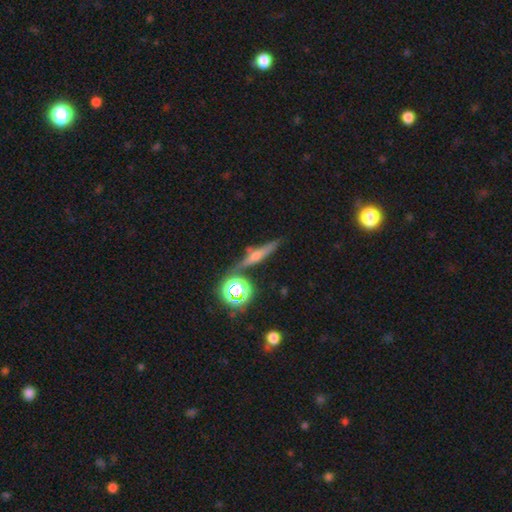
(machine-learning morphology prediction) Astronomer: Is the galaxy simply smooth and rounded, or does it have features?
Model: featured or disk — 58%.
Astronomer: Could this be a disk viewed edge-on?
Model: yes — 94%.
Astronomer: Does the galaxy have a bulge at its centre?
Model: rounded — 82%.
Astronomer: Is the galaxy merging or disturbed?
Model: none — 82%.